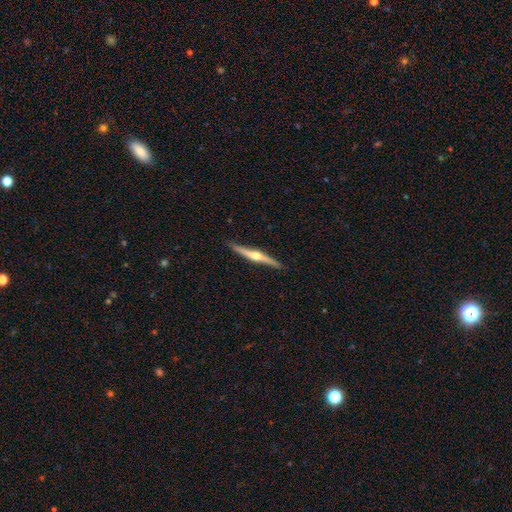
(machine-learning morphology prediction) featured or disk 80%, smooth 16%, star or artifact 5%. Down the decision tree: edge-on disk — yes (98%); edge-on bulge — rounded (94%); merging — none (90%).